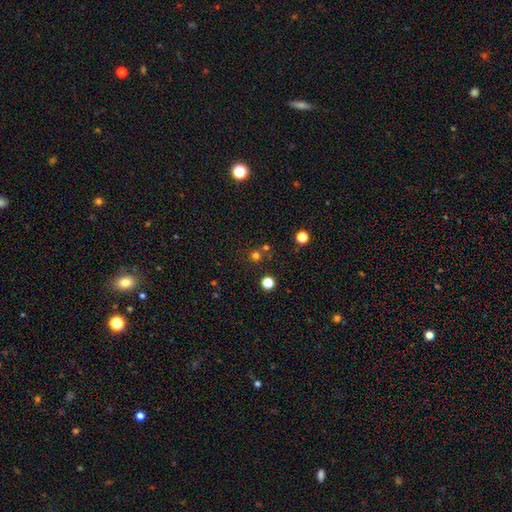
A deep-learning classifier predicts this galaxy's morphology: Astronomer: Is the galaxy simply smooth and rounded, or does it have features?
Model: smooth — 68%.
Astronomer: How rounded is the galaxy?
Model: round — 92%.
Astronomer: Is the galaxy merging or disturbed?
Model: none — 72%.